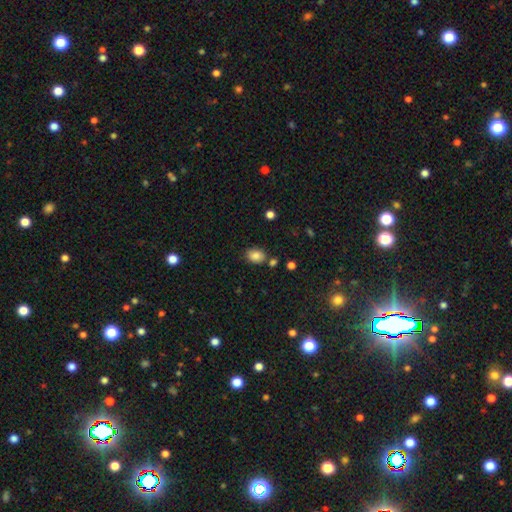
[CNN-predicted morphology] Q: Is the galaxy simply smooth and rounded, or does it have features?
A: smooth — 84%.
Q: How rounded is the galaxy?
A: in between — 71%.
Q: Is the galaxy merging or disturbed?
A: none — 77%.